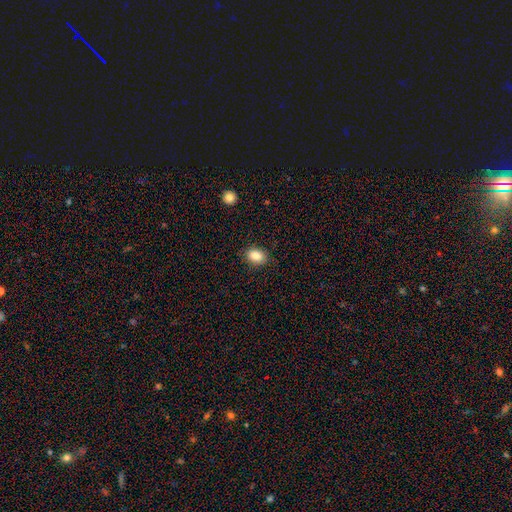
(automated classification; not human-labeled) This appears to be a smooth galaxy with no disk features (87%) that is in between round and cigar-shaped (78%). Merging: none (87%).